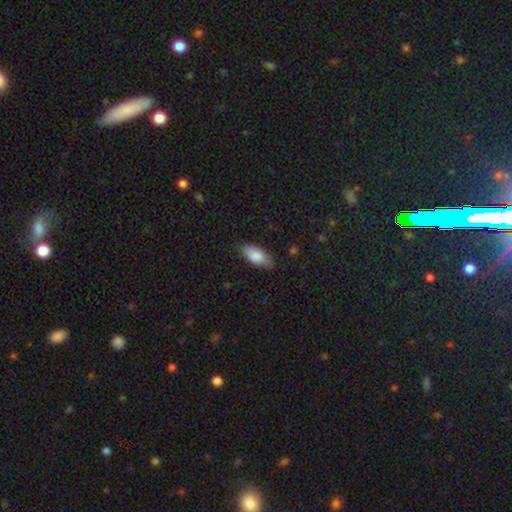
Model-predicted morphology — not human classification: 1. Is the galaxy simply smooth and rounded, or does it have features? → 85% smooth, 9% featured or disk, 6% star or artifact.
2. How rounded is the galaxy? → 88% in between, 10% cigar-shaped, 2% round.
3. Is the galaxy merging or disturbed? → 80% none, 16% minor disturbance, 3% major disturbance, 1% merger.